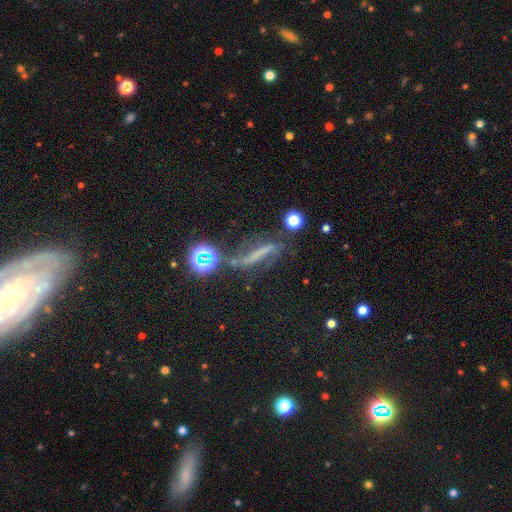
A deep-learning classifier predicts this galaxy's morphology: This is marginally a featured or disk galaxy (40%). Merging: possibly none (50%).